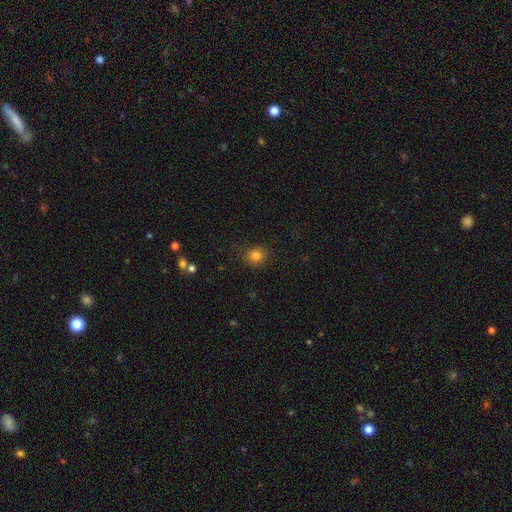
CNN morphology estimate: smooth 81%, star or artifact 13%, featured or disk 6%. Down the decision tree: how rounded — round (81%); merging — none (85%).